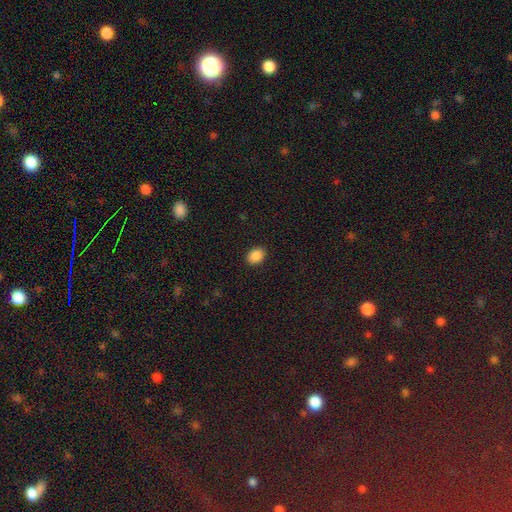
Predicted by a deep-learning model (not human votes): Morphology: type=smooth (88%); roundness=in between (67%); merging=none (90%).